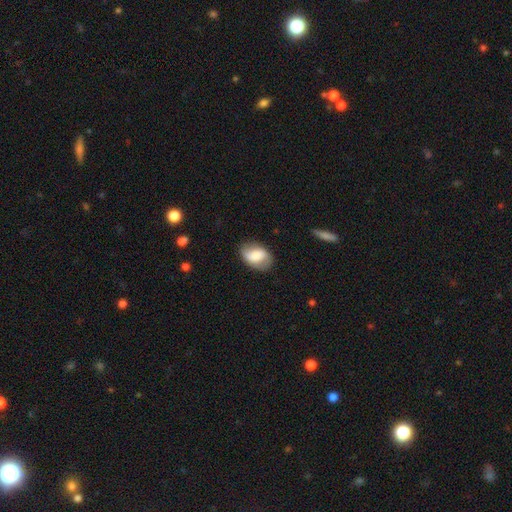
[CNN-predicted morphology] smooth_or_featured: smooth (p=0.65) [alt: featured or disk p=0.29]
how_rounded: in between (p=0.85) [alt: round p=0.14]
merging: none (p=0.78) [alt: minor disturbance p=0.16]